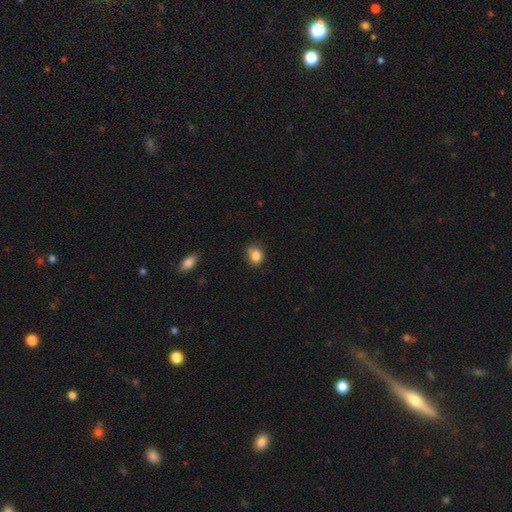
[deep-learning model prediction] smooth-or-featured: smooth: 83% | star or artifact: 10% | featured or disk: 7%
  how-rounded: round: 56% | in between: 43% | cigar-shaped: 1%
  merging: none: 62% | minor disturbance: 28% | major disturbance: 6% | merger: 4%